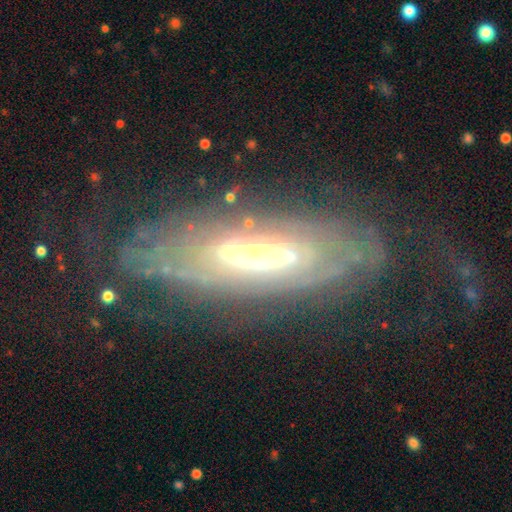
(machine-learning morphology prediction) type=featured or disk (78%); edge-on=no (74%); bar=no (42%); spiral arms=yes (74%); bulge=moderate (47%); merging=none (61%).